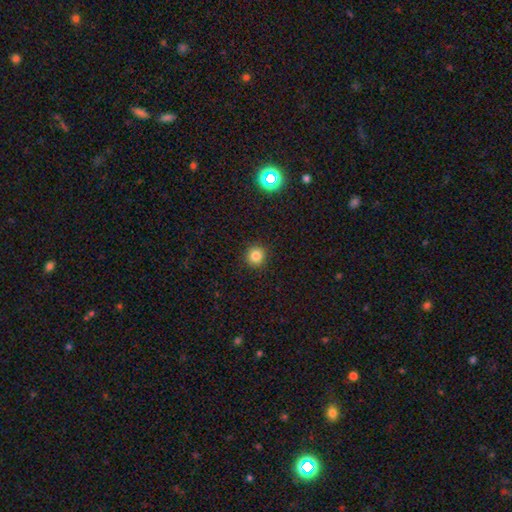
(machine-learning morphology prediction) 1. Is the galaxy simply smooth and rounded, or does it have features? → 82% smooth, 13% star or artifact, 5% featured or disk.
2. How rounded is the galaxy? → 93% round, 6% in between, 1% cigar-shaped.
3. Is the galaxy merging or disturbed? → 91% none, 6% minor disturbance, 2% major disturbance, 1% merger.